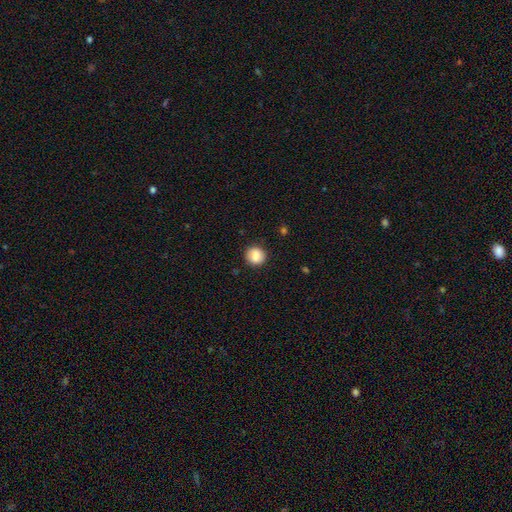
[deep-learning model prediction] Morphology: type=smooth (86%); roundness=round (90%); merging=none (89%).